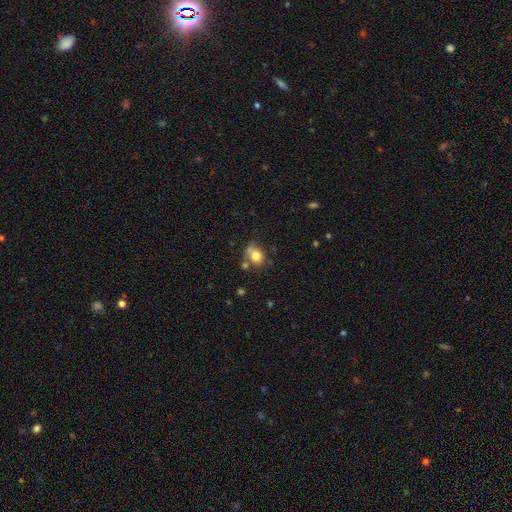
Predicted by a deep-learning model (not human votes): Smooth or featured?
  - smooth: 76% *
  - featured or disk: 14%
  - star or artifact: 10%
How rounded?
  - round: 56% *
  - in between: 43%
  - cigar-shaped: 1%
Merging?
  - none: 46% *
  - minor disturbance: 24%
  - merger: 20%
  - major disturbance: 11%